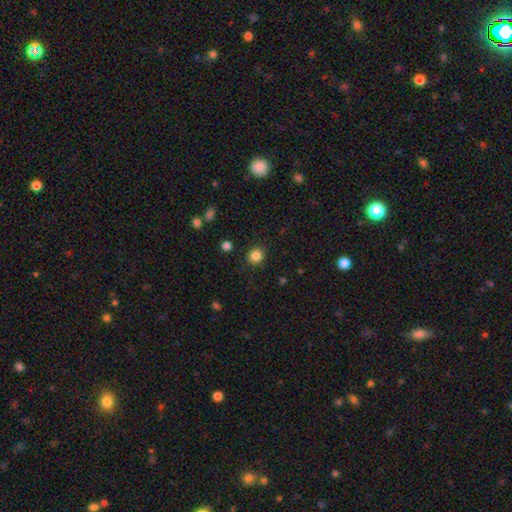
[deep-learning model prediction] smooth_or_featured: smooth (p=0.84) [alt: star or artifact p=0.11]
how_rounded: round (p=0.84) [alt: in between p=0.15]
merging: none (p=0.89) [alt: minor disturbance p=0.07]